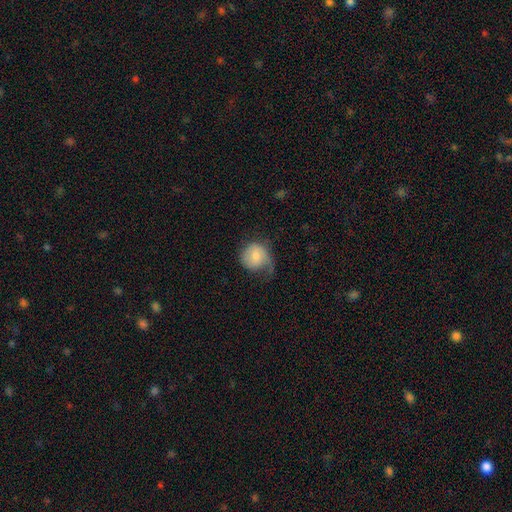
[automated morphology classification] smooth 66%, featured or disk 28%, star or artifact 7%. Down the decision tree: how rounded — round (79%); merging — none (38%).